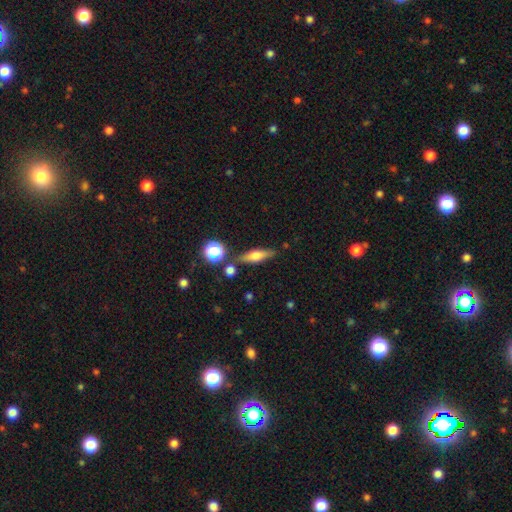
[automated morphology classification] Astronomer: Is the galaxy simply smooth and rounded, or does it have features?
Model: featured or disk — 48% (runner-up: smooth, 42%).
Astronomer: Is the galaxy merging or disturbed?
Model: none — 79%.